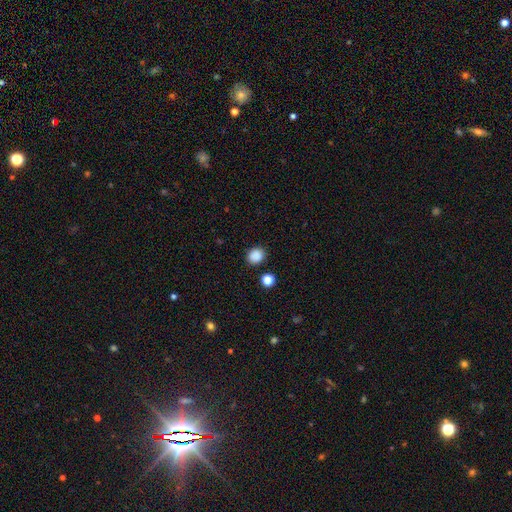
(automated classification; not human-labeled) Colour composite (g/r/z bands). It shows a smooth galaxy with no disk features (86%) that is round (77%). Merging: none (84%).